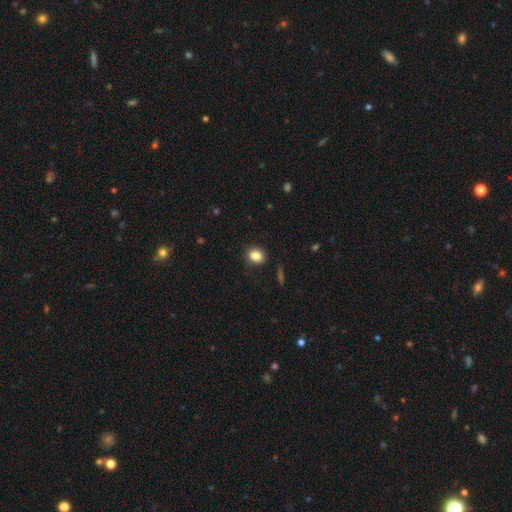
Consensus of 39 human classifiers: smooth_or_featured: smooth (p=0.85) [alt: featured or disk p=0.08]
how_rounded: round (p=0.61) [alt: in between p=0.39]
merging: none (p=0.86) [alt: minor disturbance p=0.11]